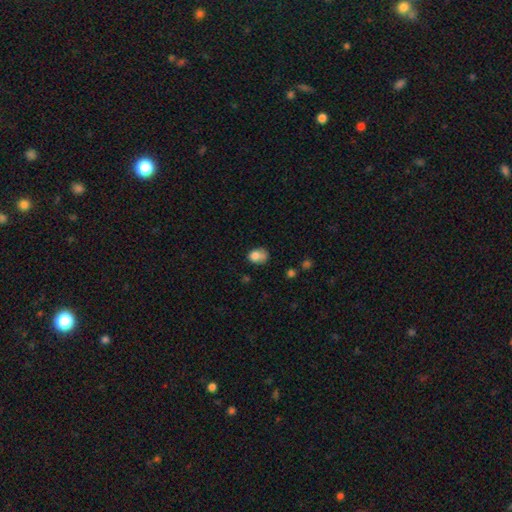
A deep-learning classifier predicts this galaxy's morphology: A smooth galaxy with no disk features (80%) that is in between round and cigar-shaped (64%). Merging: none (44%).